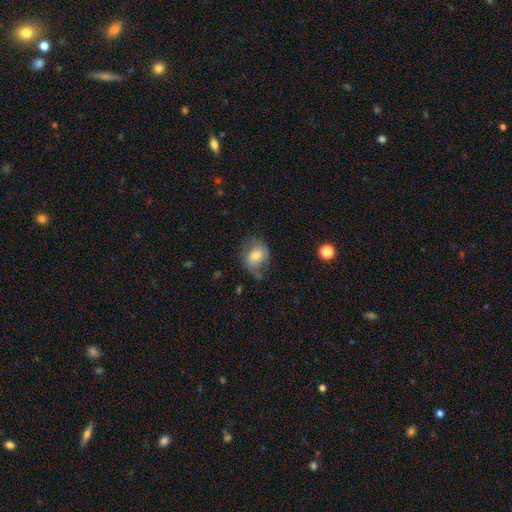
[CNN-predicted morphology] Smooth or featured? smooth (49%)
Merging? none (49%)